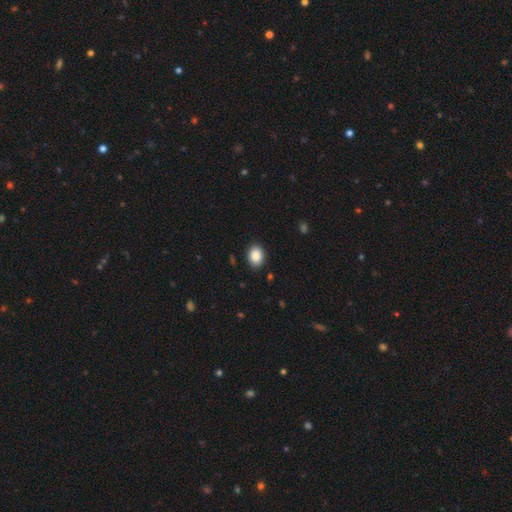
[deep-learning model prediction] Q: Smooth or featured?
A: smooth (88%); runner-up: star or artifact (8%)
Q: How rounded?
A: in between (63%); runner-up: round (36%)
Q: Merging?
A: none (90%); runner-up: minor disturbance (7%)